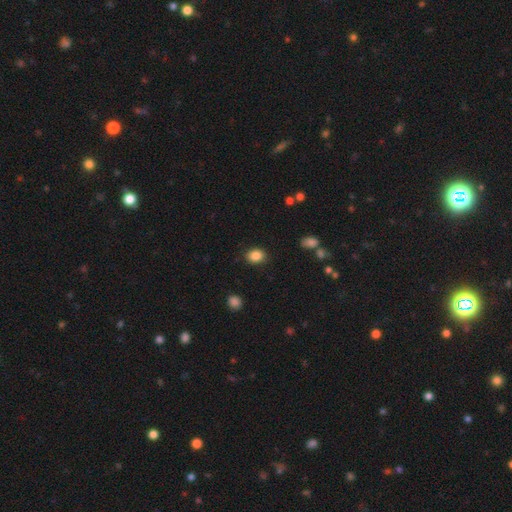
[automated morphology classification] A smooth galaxy with no disk features (86%) that is in between round and cigar-shaped (50%).

Vote fractions:
- Smooth or featured? smooth: 86% / star or artifact: 9% / featured or disk: 4%
- How rounded? in between: 50% / round: 49% / cigar-shaped: 1%
- Merging? none: 87% / minor disturbance: 9% / major disturbance: 3% / merger: 1%